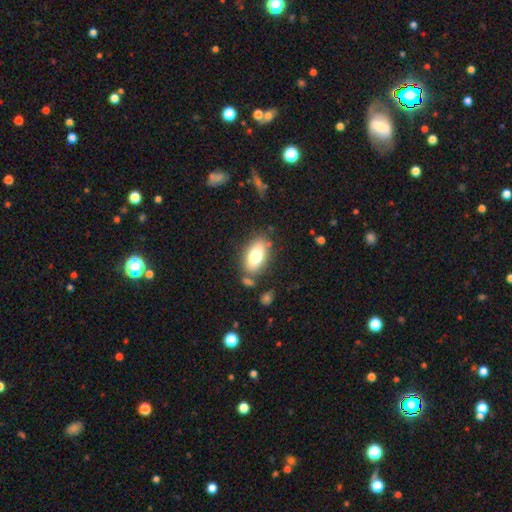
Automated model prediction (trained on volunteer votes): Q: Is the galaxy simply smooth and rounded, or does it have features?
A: smooth — 74%.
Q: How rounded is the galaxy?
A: in between — 88%.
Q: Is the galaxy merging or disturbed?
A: none — 77%.